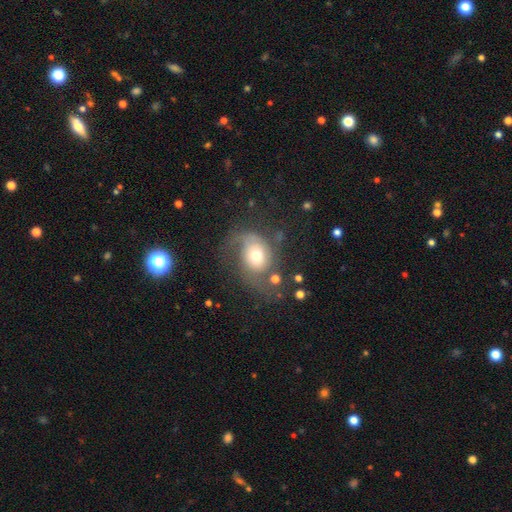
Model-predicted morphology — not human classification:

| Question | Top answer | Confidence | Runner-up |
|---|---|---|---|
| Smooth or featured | featured or disk | 51% | smooth (39%) |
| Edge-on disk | no | 96% | yes (4%) |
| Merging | none | 37% | major disturbance (35%) |